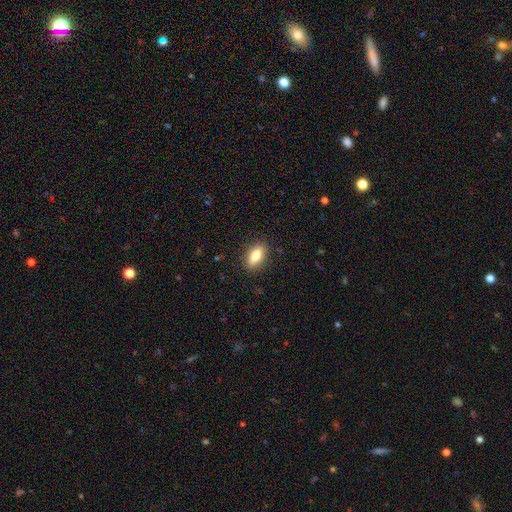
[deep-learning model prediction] This appears to be a smooth galaxy with no disk features (74%) that is in between round and cigar-shaped (80%). Merging: none (88%).